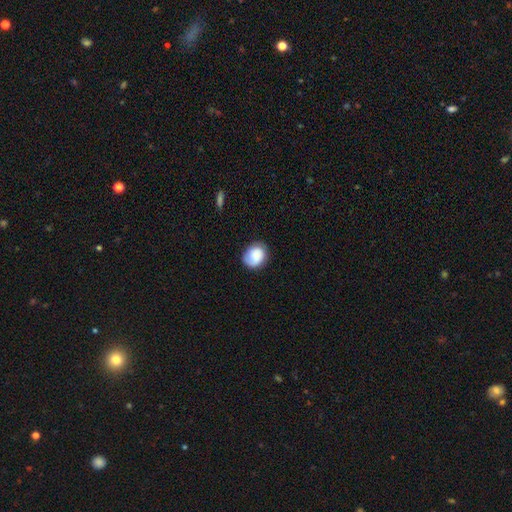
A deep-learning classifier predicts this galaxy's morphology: smooth 73%, featured or disk 19%, star or artifact 7%. Down the decision tree: how rounded — round (60%); merging — none (72%).